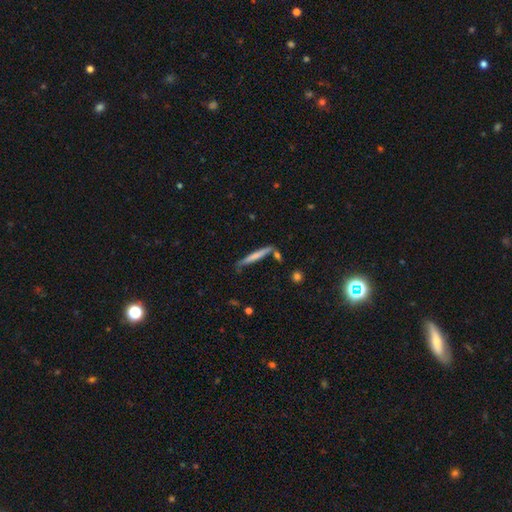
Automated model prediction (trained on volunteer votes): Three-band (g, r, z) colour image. It shows a smooth galaxy with no disk features (60%) that is cigar-shaped (95%). Merging: none (75%).